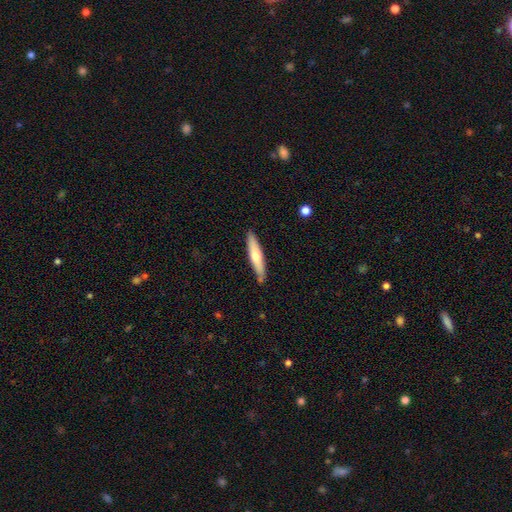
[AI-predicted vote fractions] This is likely a smooth galaxy (62%). How rounded: clearly cigar-shaped (87%). Merging: clearly none (84%).